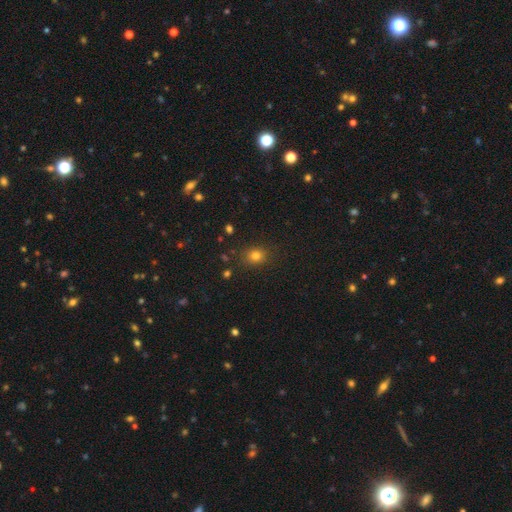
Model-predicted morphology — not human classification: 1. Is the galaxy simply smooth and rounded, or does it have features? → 79% smooth, 14% star or artifact, 6% featured or disk.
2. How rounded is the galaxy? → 61% round, 38% in between, 1% cigar-shaped.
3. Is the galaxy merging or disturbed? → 85% none, 10% minor disturbance, 3% major disturbance, 2% merger.